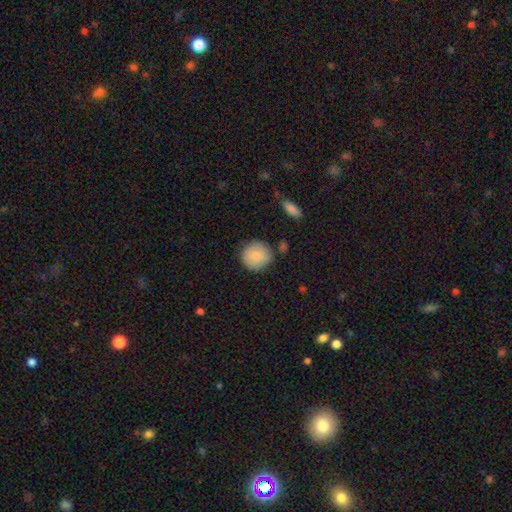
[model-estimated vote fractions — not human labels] Smooth or featured? Predicted: smooth (p=0.85). How rounded? Predicted: round (p=0.91). Merging? Predicted: none (p=0.78).